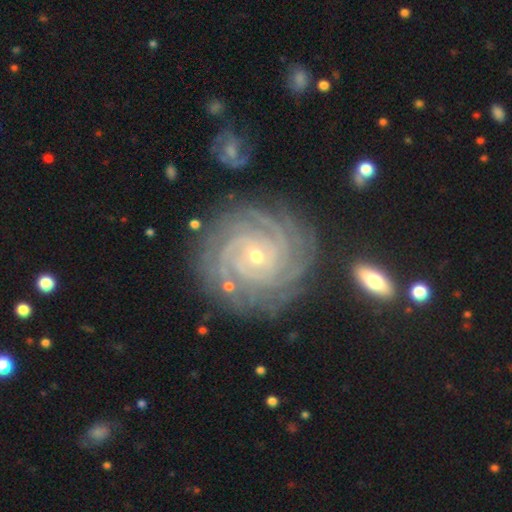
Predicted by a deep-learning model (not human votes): This appears to be a featured or disk galaxy (91%) with no bar (68%), 4 (26%) tight (85%) spiral arms (99%) and a small central bulge (74%). Merging: none (81%).